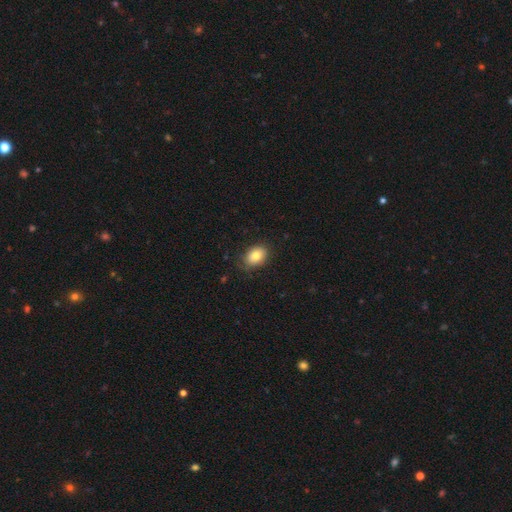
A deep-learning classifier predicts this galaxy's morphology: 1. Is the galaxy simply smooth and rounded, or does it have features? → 83% smooth, 9% featured or disk, 8% star or artifact.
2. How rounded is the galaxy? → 81% in between, 18% round, 1% cigar-shaped.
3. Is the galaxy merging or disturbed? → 78% none, 18% minor disturbance, 4% major disturbance, 1% merger.